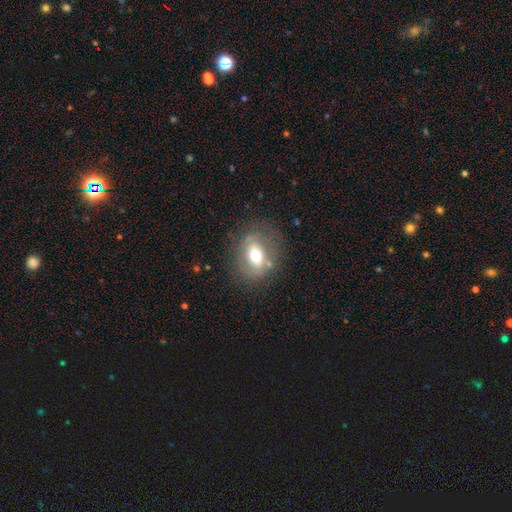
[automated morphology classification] The model was most divided on "smooth or featured": smooth: 53%, featured or disk: 38%, star or artifact: 10%. More confident: merging — none (70%); how rounded — in between (59%).